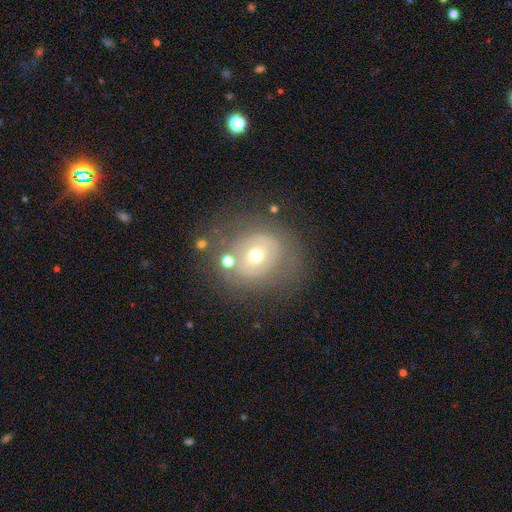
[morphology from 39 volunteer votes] type=featured or disk (56%); edge-on=no (95%); bar=no (62%); spiral arms=no (76%); bulge=moderate (57%); merging=none (51%).